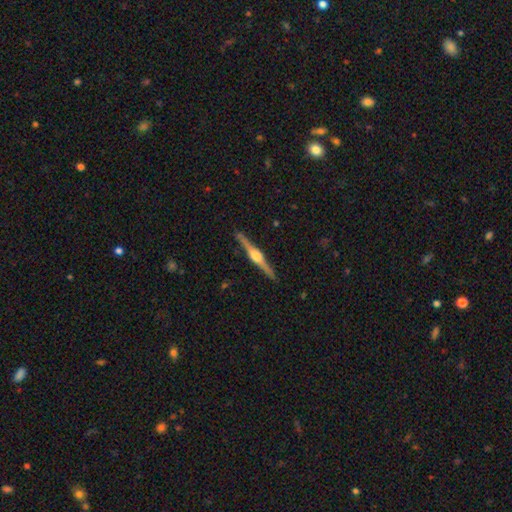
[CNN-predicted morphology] A featured or disk galaxy (85%) viewed edge-on (98%) with a rounded central bulge (92%).

Vote fractions:
- Smooth or featured? featured or disk: 85% / smooth: 10% / star or artifact: 5%
- Edge-on disk? yes: 98% / no: 2%
- Edge-on bulge? rounded: 92% / boxy: 6% / none: 2%
- Merging? none: 91% / minor disturbance: 7% / major disturbance: 1% / merger: 1%